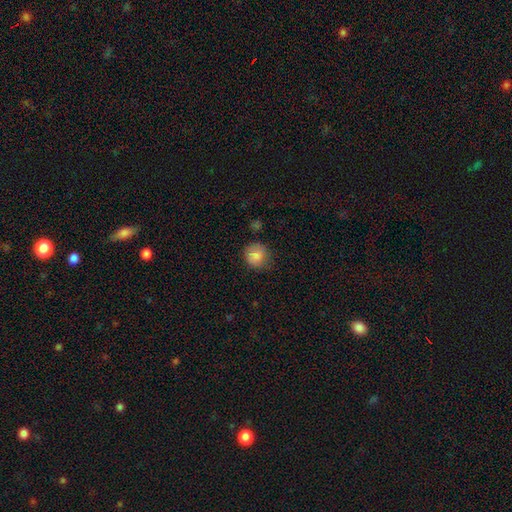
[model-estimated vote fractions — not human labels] The model was most divided on "merging": none: 74%, minor disturbance: 19%, major disturbance: 5%, merger: 2%. More confident: how rounded — round (87%); smooth or featured — smooth (84%).